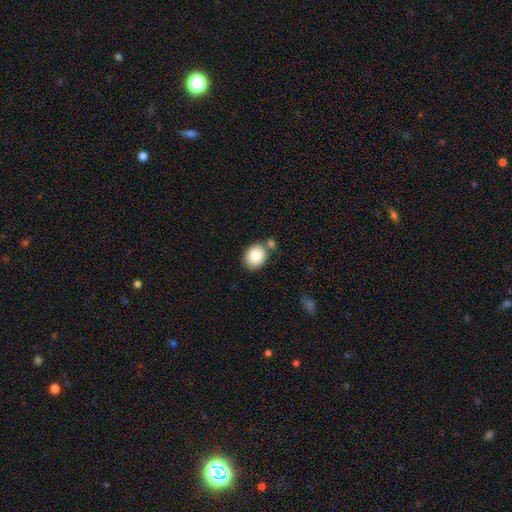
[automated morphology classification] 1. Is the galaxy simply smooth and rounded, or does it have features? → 88% smooth, 7% star or artifact, 5% featured or disk.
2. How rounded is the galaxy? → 54% in between, 45% round, 1% cigar-shaped.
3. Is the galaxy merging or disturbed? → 69% none, 14% minor disturbance, 13% merger, 4% major disturbance.